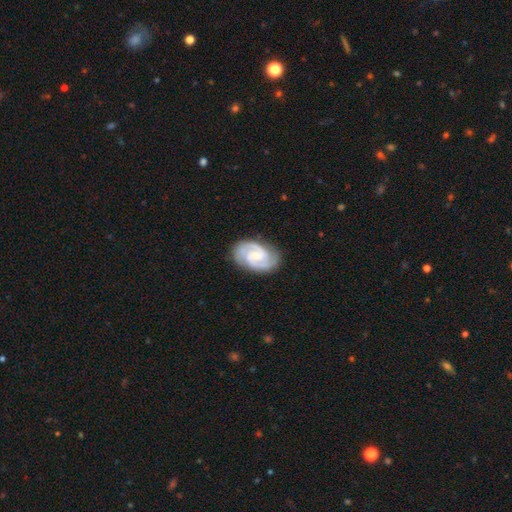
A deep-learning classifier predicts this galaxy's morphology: featured or disk 90%, smooth 6%, star or artifact 4%. Down the decision tree: edge-on disk — no (98%); bar — weak (46%); spiral arms — yes (98%); spiral arm count — 2 (88%); spiral winding — tight (51%); bulge size — small (58%); merging — none (83%).